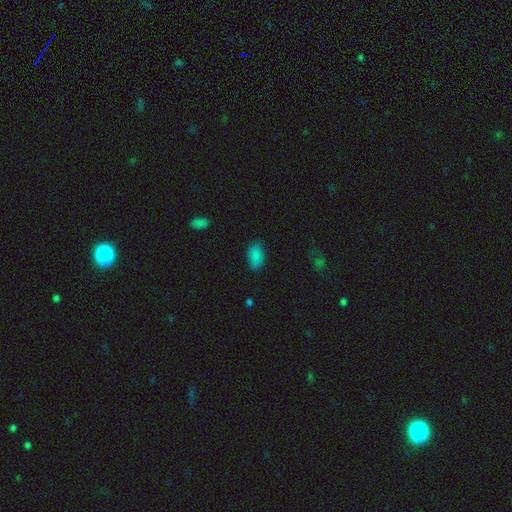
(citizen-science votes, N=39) Smooth or featured?
  - smooth: 90% *
  - star or artifact: 8%
  - featured or disk: 3%
How rounded?
  - in between: 94% *
  - cigar-shaped: 6%
  - round: 0%
Merging?
  - none: 75% *
  - minor disturbance: 19%
  - major disturbance: 3%
  - merger: 3%